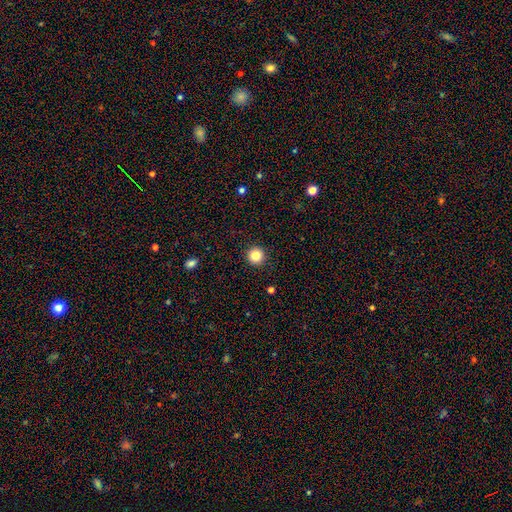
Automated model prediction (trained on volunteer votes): The model was most divided on "smooth or featured": smooth: 85%, star or artifact: 10%, featured or disk: 5%. More confident: how rounded — round (96%); merging — none (93%).